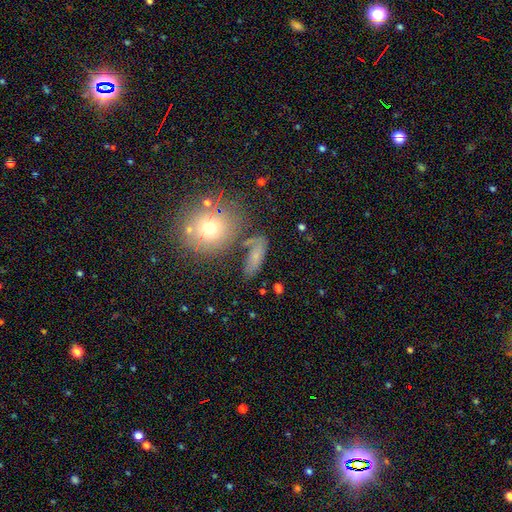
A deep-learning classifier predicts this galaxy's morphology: A smooth galaxy with no disk features (52%) that is in between round and cigar-shaped (63%). Merging: none (65%).